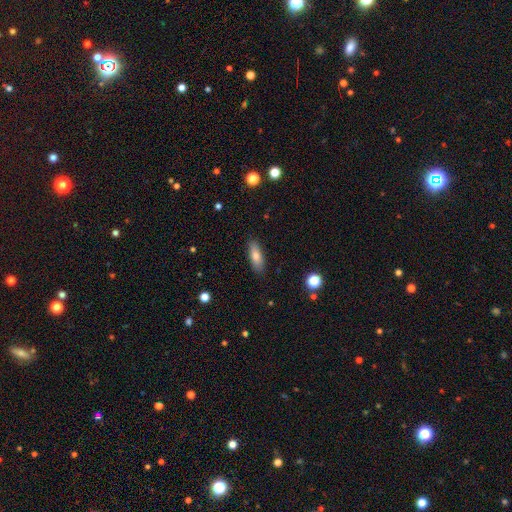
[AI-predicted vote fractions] The model was most divided on "how rounded": in between: 62%, cigar-shaped: 35%, round: 3%. More confident: merging — none (88%); smooth or featured — smooth (76%).